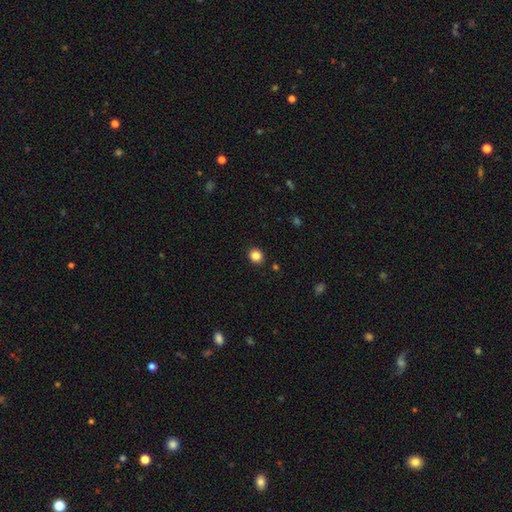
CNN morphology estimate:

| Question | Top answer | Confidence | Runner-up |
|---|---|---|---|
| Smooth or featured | smooth | 84% | star or artifact (11%) |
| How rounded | round | 78% | in between (21%) |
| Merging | none | 91% | minor disturbance (6%) |